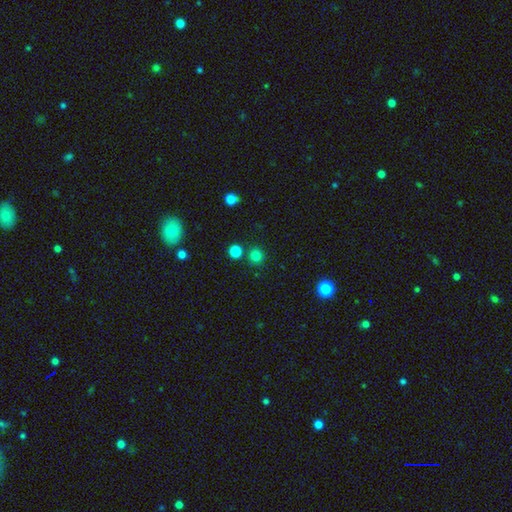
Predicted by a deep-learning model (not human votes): This is likely a smooth galaxy (80%). How rounded: clearly round (92%). Merging: clearly none (82%).